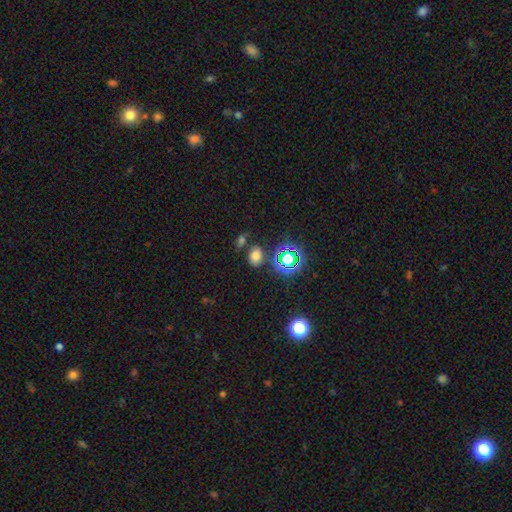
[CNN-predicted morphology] A smooth galaxy with no disk features (65%) that is in between round and cigar-shaped (64%). Merging: none (70%).